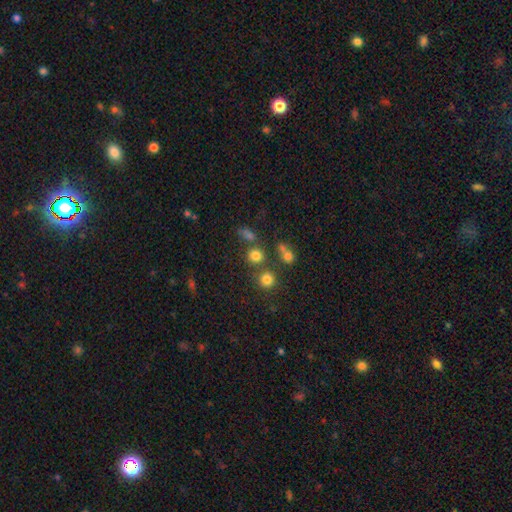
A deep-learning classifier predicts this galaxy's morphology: Q: Smooth or featured?
A: smooth (75%); runner-up: star or artifact (17%)
Q: How rounded?
A: round (85%); runner-up: in between (14%)
Q: Merging?
A: none (69%); runner-up: merger (17%)